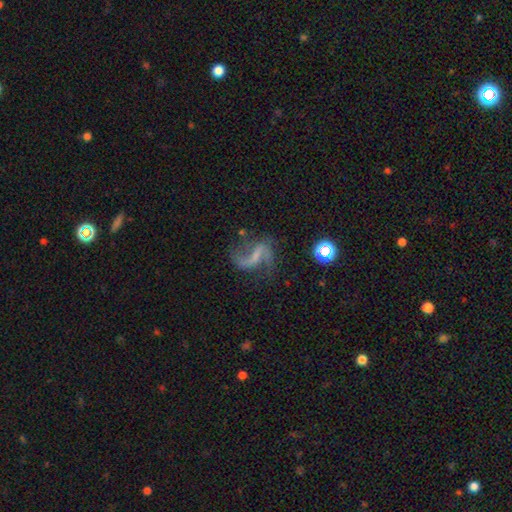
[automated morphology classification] A featured or disk galaxy (82%) with a weak bar (41%), 2 (88%) loose (81%) spiral arms (92%) and no central bulge (49%). Merging: none (61%).